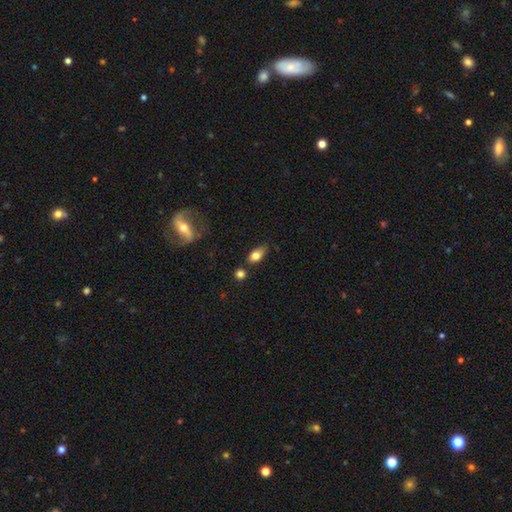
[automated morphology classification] A smooth galaxy with no disk features (74%) that is in between round and cigar-shaped (79%). Merging: none (55%).